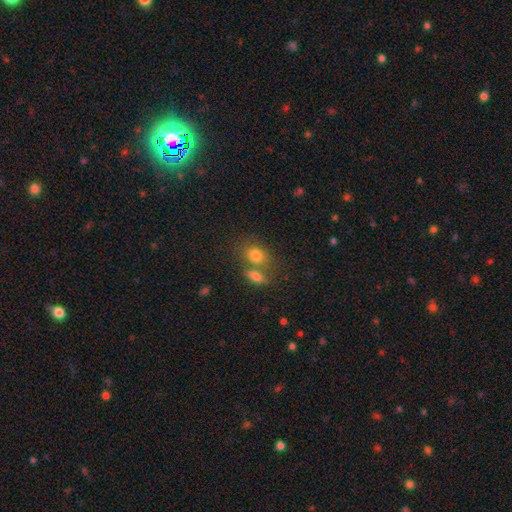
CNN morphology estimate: Smooth or featured?
  - smooth: 78% *
  - featured or disk: 11%
  - star or artifact: 10%
How rounded?
  - in between: 65% *
  - round: 33%
  - cigar-shaped: 2%
Merging?
  - none: 43% *
  - merger: 42%
  - minor disturbance: 11%
  - major disturbance: 4%